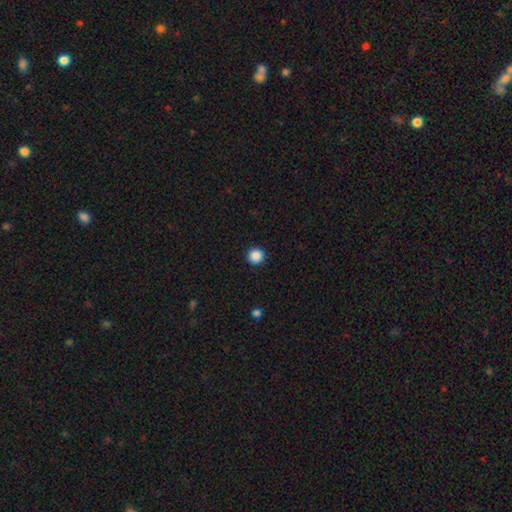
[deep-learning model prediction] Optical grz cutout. It shows a smooth galaxy with no disk features (88%) that is round (96%). Merging: none (93%).